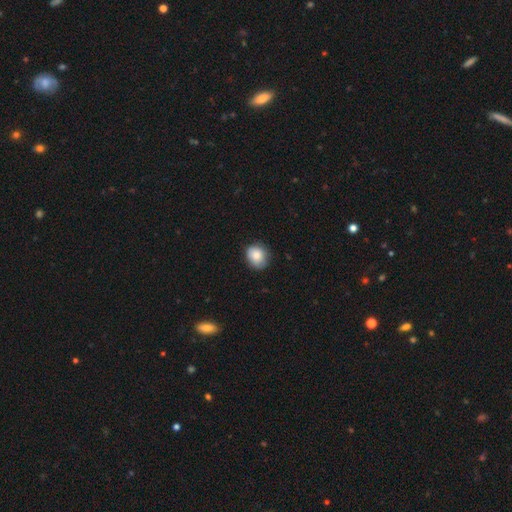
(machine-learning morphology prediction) type=smooth (83%); roundness=round (74%); merging=none (75%).